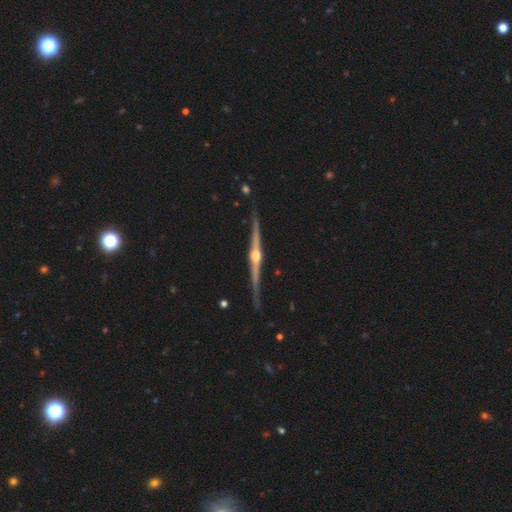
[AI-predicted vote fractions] A featured or disk galaxy (88%) viewed edge-on (99%) with a rounded central bulge (94%).

Vote fractions:
- Smooth or featured? featured or disk: 88% / smooth: 7% / star or artifact: 5%
- Edge-on disk? yes: 99% / no: 1%
- Edge-on bulge? rounded: 94% / boxy: 3% / none: 3%
- Merging? none: 87% / minor disturbance: 10% / major disturbance: 2% / merger: 1%